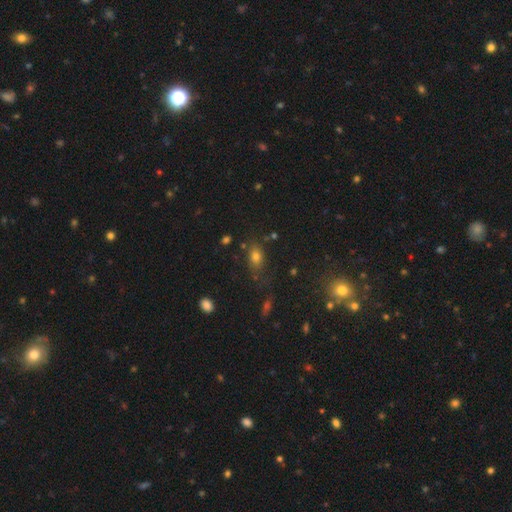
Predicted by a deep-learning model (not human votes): This appears to be a smooth galaxy with no disk features (74%) that is in between round and cigar-shaped (75%). Merging: none (67%).